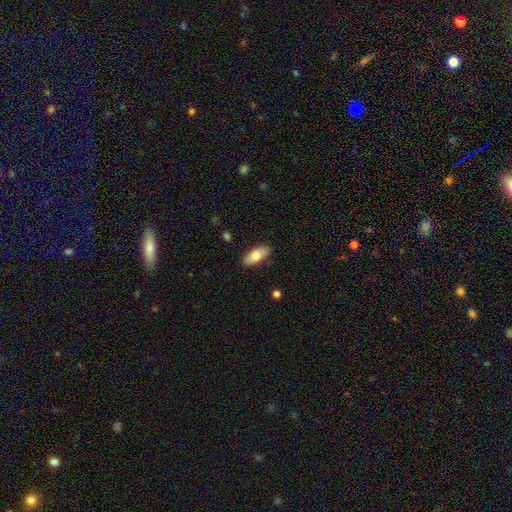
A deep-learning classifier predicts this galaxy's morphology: smooth-or-featured: smooth: 77% | featured or disk: 17% | star or artifact: 6%
  how-rounded: in between: 87% | cigar-shaped: 10% | round: 3%
  merging: none: 87% | minor disturbance: 10% | major disturbance: 2% | merger: 1%